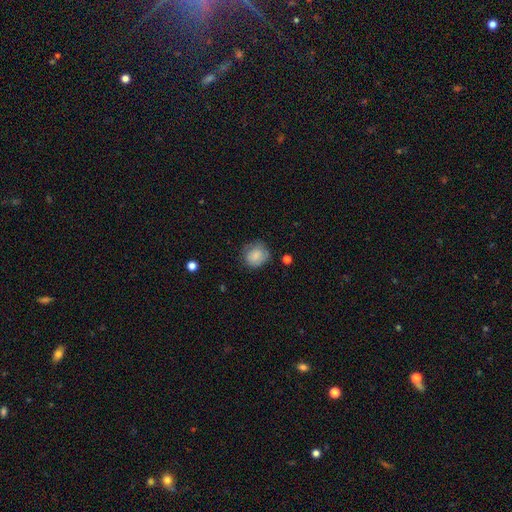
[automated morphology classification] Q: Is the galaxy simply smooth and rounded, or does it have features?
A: smooth — 80%.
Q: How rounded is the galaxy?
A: round — 70%.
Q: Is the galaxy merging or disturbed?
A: none — 65%.